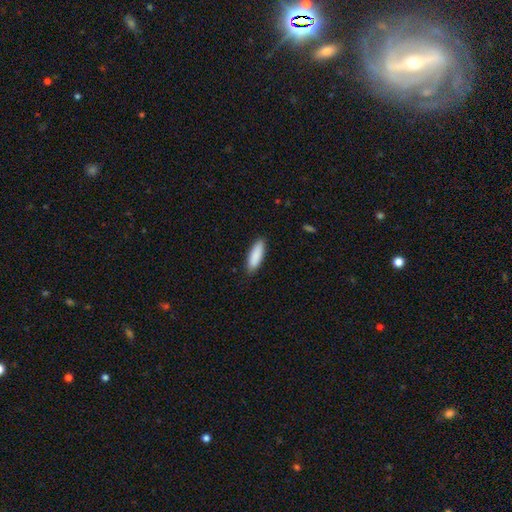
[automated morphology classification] Smooth or featured? smooth (89%)
How rounded? in between (51%)
Merging? none (87%)